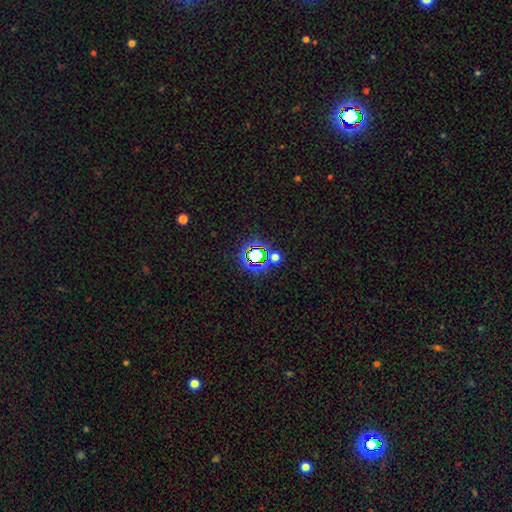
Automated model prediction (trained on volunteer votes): A star or artifact, not a galaxy (65%).

Vote fractions:
- Smooth or featured? star or artifact: 65% / smooth: 24% / featured or disk: 11%